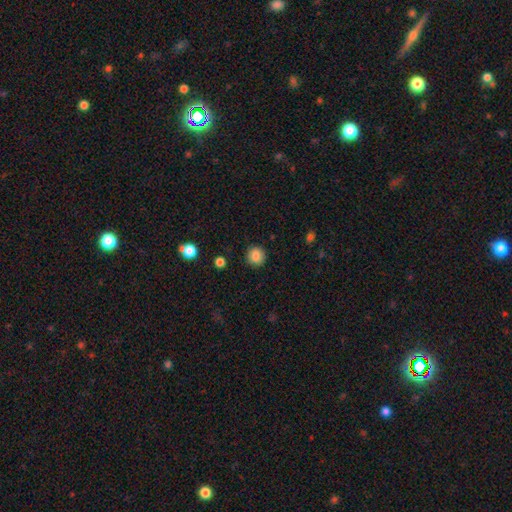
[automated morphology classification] This appears to be a smooth galaxy with no disk features (85%) that is round (89%). Merging: none (90%).